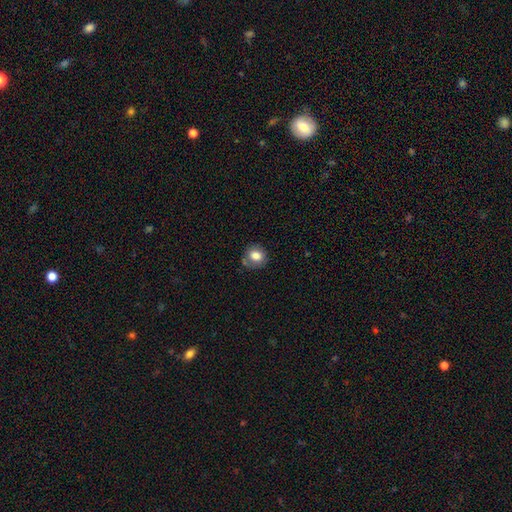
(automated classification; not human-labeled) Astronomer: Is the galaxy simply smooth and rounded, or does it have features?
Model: smooth — 79%.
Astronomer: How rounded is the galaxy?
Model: round — 75%.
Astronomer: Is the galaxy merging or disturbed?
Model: none — 70%.